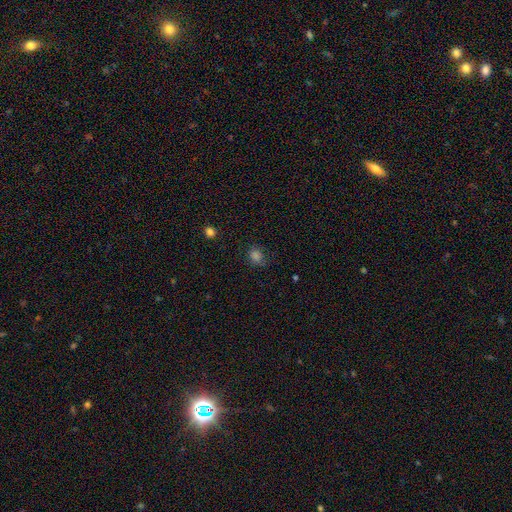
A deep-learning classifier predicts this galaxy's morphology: type=smooth (74%); roundness=round (69%); merging=none (75%).